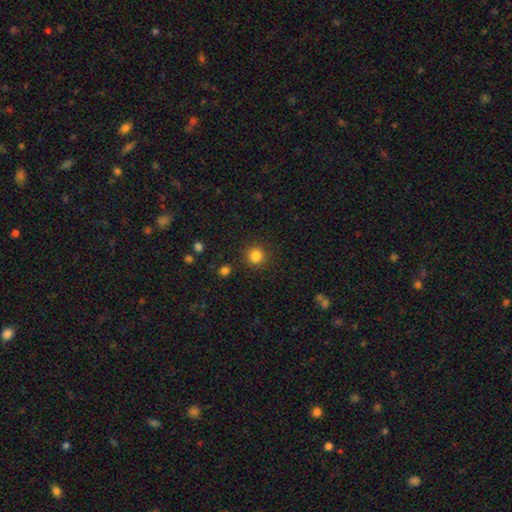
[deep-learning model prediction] A smooth galaxy with no disk features (84%) that is round (92%). Merging: none (89%).